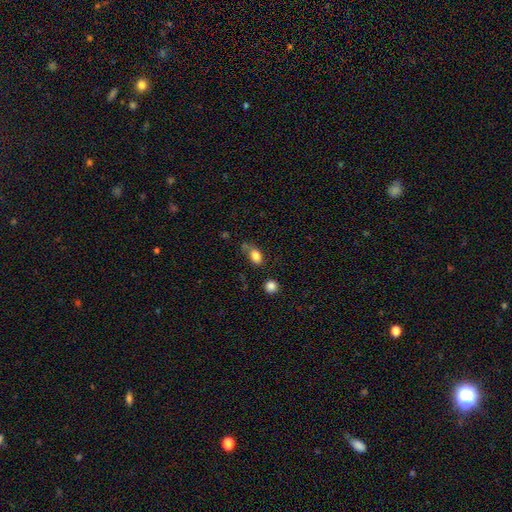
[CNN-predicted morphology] The model was most divided on "merging": none: 49%, minor disturbance: 30%, major disturbance: 11%, merger: 9%. More confident: smooth or featured — smooth (82%); how rounded — in between (80%).